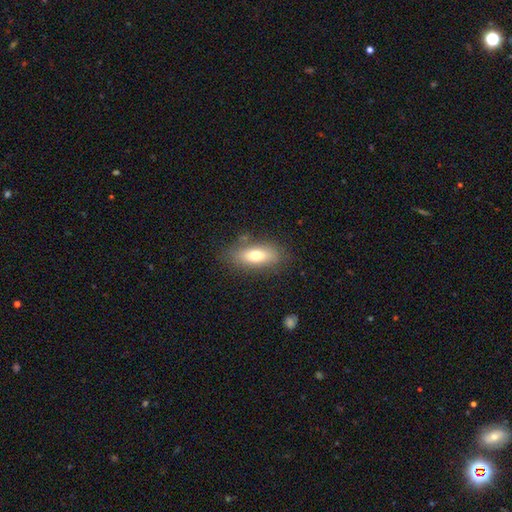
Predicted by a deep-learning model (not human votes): Smooth or featured? Predicted: smooth (p=0.72). How rounded? Predicted: in between (p=0.77). Merging? Predicted: none (p=0.78).